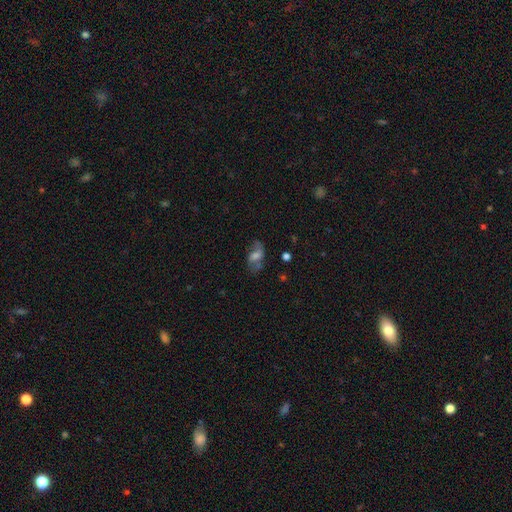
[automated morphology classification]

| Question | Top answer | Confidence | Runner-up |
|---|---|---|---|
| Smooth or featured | featured or disk | 53% | smooth (37%) |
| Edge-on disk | no | 92% | yes (8%) |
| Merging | none | 58% | minor disturbance (23%) |